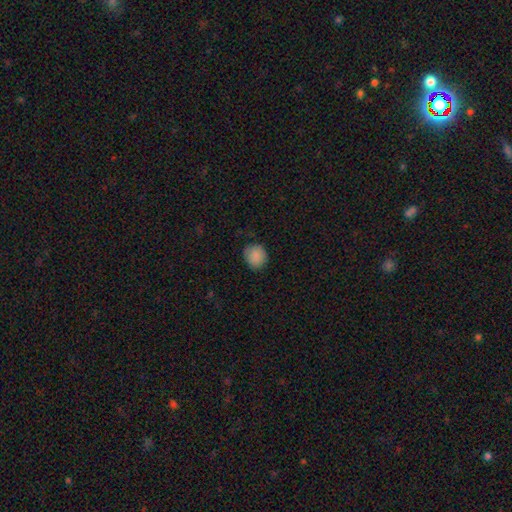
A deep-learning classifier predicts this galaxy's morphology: This appears to be a smooth galaxy with no disk features (87%) that is round (81%). Merging: none (81%).